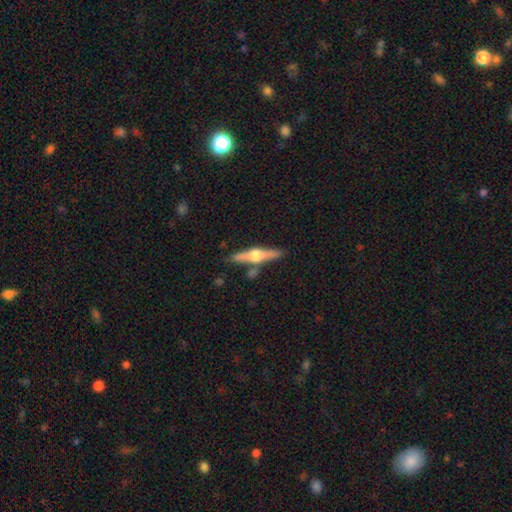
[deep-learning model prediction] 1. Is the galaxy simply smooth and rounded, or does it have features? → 73% featured or disk, 22% smooth, 5% star or artifact.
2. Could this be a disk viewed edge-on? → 97% yes, 3% no.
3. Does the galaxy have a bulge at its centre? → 96% rounded, 3% boxy, 2% none.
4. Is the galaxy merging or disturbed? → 81% none, 10% minor disturbance, 6% merger, 2% major disturbance.